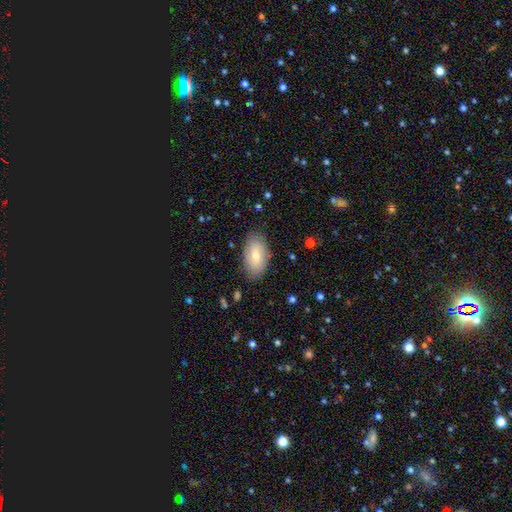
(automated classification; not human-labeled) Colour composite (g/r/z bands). It shows a smooth galaxy with no disk features (72%) that is in between round and cigar-shaped (93%). Merging: none (85%).